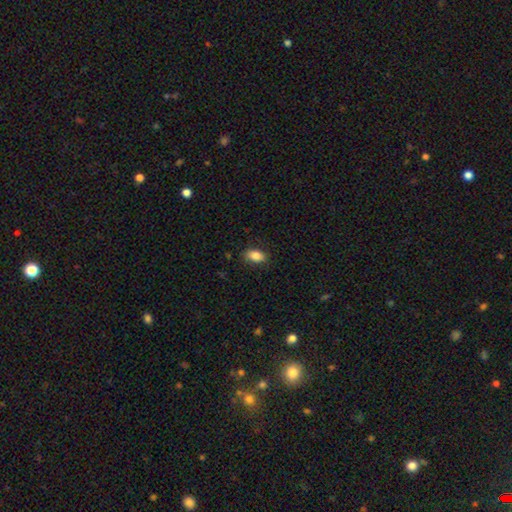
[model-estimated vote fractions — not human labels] Morphology: type=smooth (85%); roundness=in between (89%); merging=none (84%).